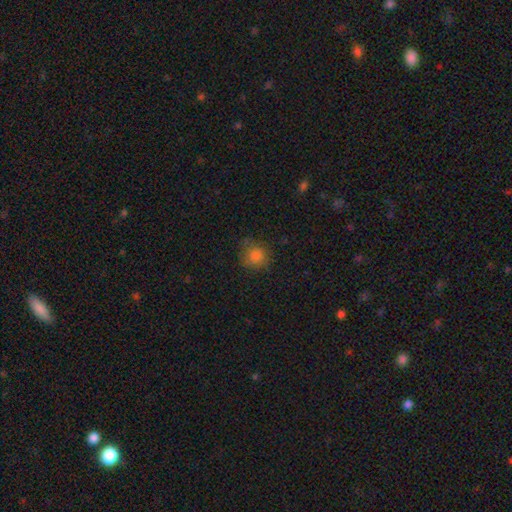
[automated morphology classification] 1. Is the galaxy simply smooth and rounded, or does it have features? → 81% smooth, 11% star or artifact, 8% featured or disk.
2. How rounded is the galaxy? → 86% round, 13% in between, 1% cigar-shaped.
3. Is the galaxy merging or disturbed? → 72% none, 20% minor disturbance, 7% major disturbance, 1% merger.